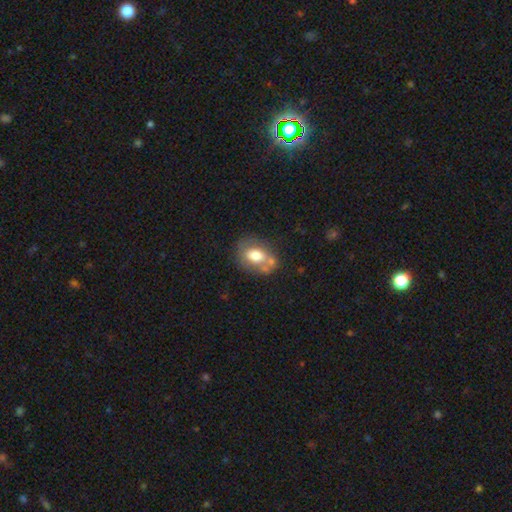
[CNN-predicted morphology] Q: Smooth or featured?
A: smooth (64%); runner-up: featured or disk (28%)
Q: How rounded?
A: in between (72%); runner-up: round (26%)
Q: Merging?
A: none (47%); runner-up: minor disturbance (22%)